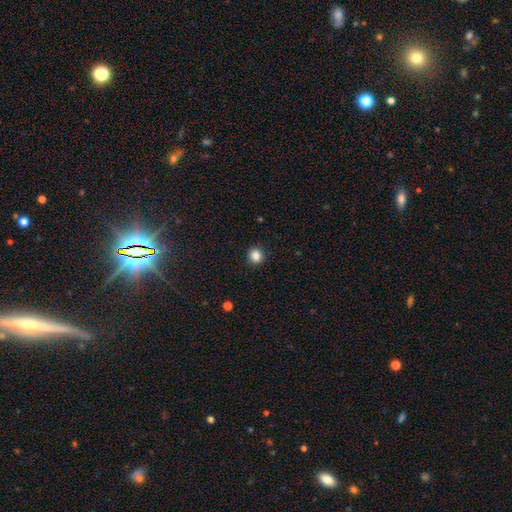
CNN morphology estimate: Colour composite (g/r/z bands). It shows a smooth galaxy with no disk features (85%) that is round (91%). Merging: none (92%).